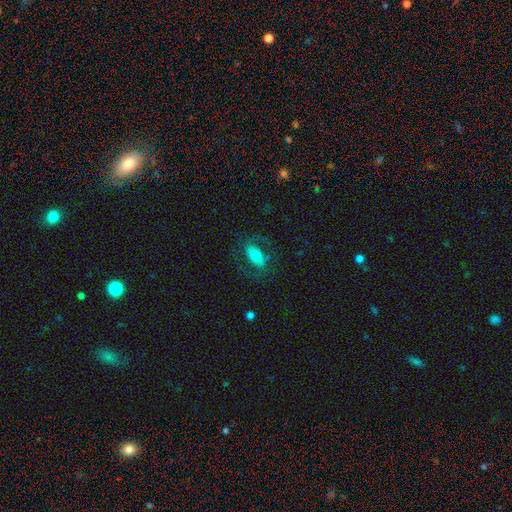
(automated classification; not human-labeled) Morphology: type=smooth (48%); merging=none (69%).